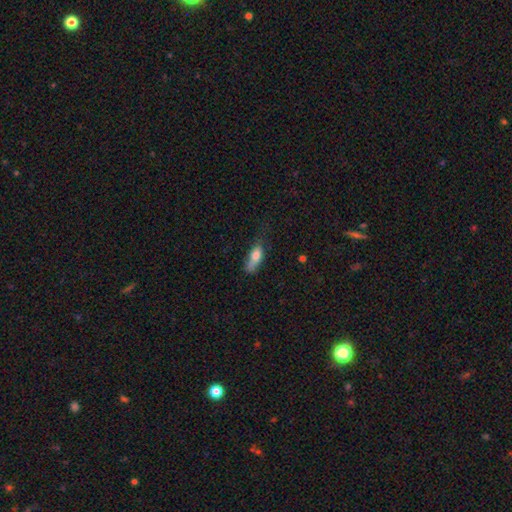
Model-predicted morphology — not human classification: type=smooth (75%); roundness=in between (69%); merging=none (38%).